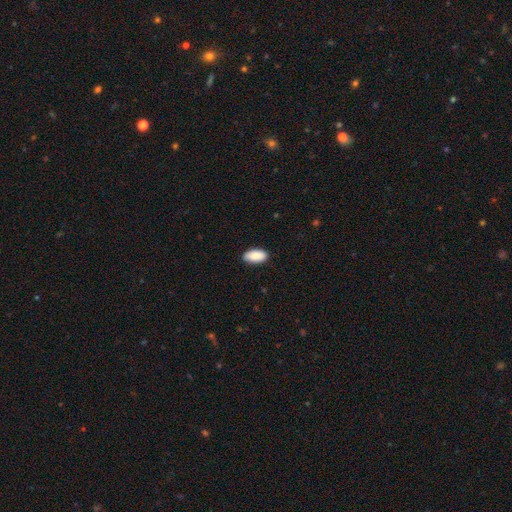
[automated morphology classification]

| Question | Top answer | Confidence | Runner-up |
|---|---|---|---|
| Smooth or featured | smooth | 90% | star or artifact (6%) |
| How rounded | in between | 94% | cigar-shaped (3%) |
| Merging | none | 88% | minor disturbance (9%) |